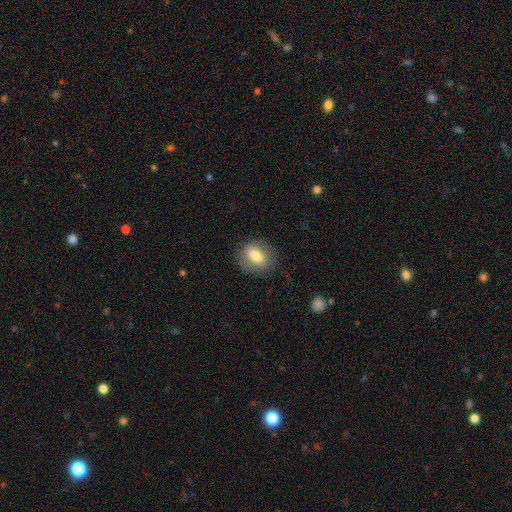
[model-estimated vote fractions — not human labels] Q: Smooth or featured?
A: smooth (75%); runner-up: featured or disk (17%)
Q: How rounded?
A: in between (68%); runner-up: round (30%)
Q: Merging?
A: none (79%); runner-up: minor disturbance (14%)